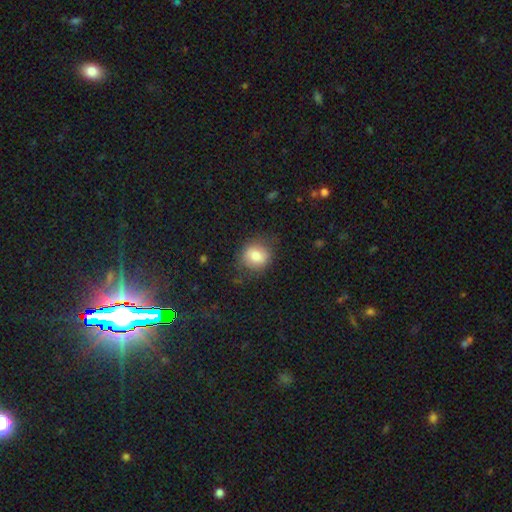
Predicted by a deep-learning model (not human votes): Overall: smooth (77%). How rounded: round (75%). Merging: none (75%).